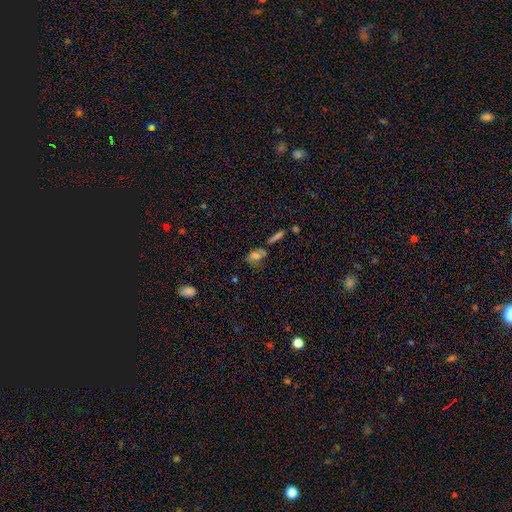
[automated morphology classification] Smooth or featured? Predicted: smooth (p=0.58). How rounded? Predicted: in between (p=0.66). Merging? Predicted: none (p=0.48).